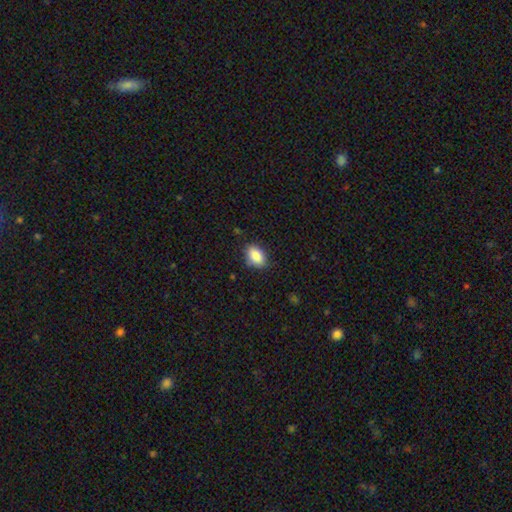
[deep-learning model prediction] Smooth or featured? smooth (88%)
How rounded? in between (82%)
Merging? none (81%)